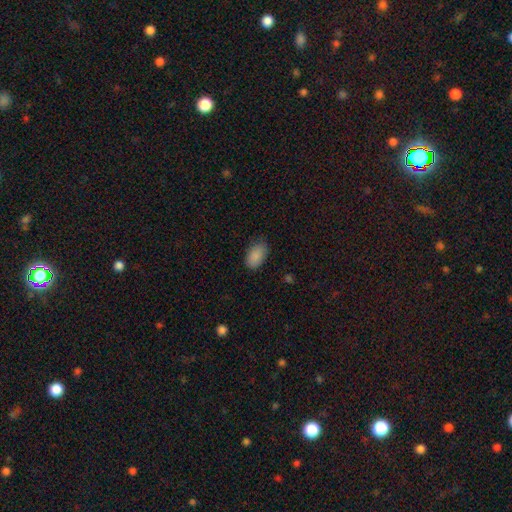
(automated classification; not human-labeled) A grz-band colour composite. It shows a smooth galaxy with no disk features (89%) that is in between round and cigar-shaped (93%). Merging: none (79%).